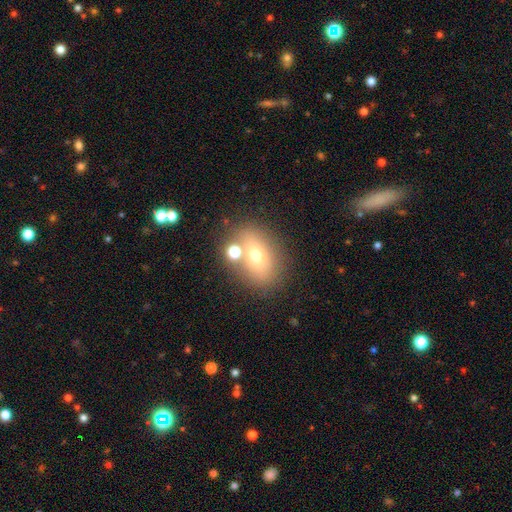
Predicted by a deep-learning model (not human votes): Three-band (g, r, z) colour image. It shows a smooth galaxy with no disk features (62%) that is in between round and cigar-shaped (69%). Merging: none (65%).